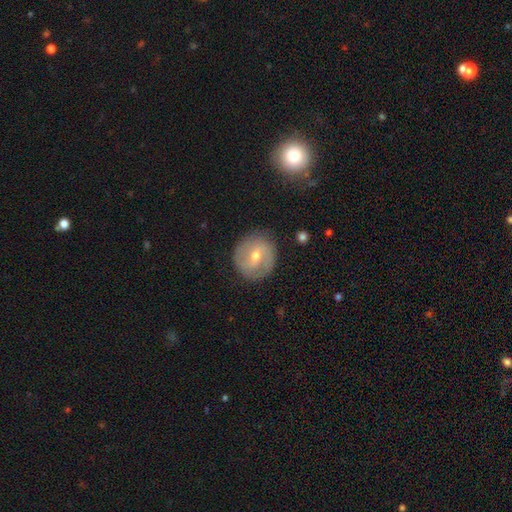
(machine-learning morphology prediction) smooth-or-featured: featured or disk: 65% | smooth: 28% | star or artifact: 7%
  disk-edge-on: no: 96% | yes: 4%
    bar: weak: 50% | no: 27% | strong: 23%
    has-spiral-arms: yes: 76% | no: 24%
    bulge-size: moderate: 54% | small: 42% | large: 2% | none: 1% | dominant: 1%
  merging: none: 82% | minor disturbance: 12% | major disturbance: 4% | merger: 1%